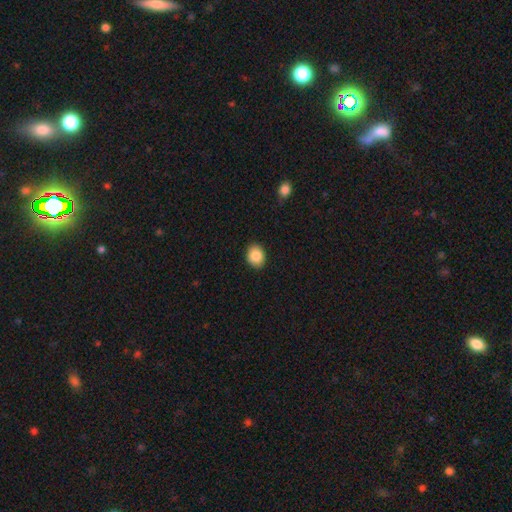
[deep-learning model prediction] Smooth or featured? Predicted: smooth (p=0.87). How rounded? Predicted: in between (p=0.63). Merging? Predicted: none (p=0.88).